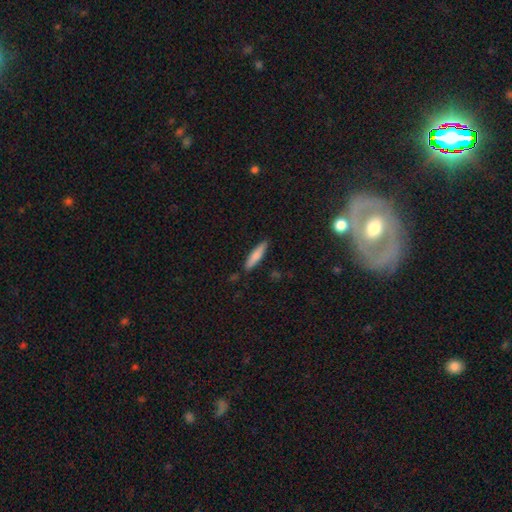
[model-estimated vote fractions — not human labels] Morphology: type=smooth (77%); roundness=cigar-shaped (84%); merging=none (87%).